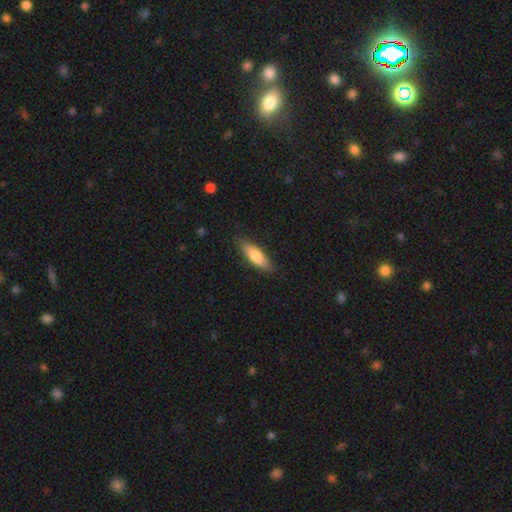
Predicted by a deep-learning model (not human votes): Smooth or featured? Predicted: smooth (p=0.78). How rounded? Predicted: in between (p=0.53). Merging? Predicted: none (p=0.82).